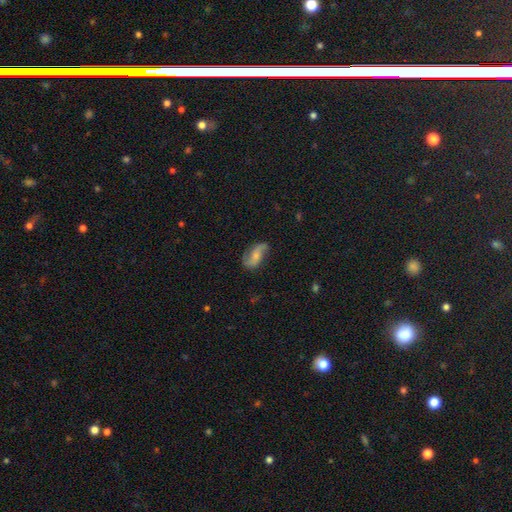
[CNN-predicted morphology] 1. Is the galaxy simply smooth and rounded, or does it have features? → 64% featured or disk, 29% smooth, 7% star or artifact.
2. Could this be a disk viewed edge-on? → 94% no, 6% yes.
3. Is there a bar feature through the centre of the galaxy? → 58% no, 30% weak, 13% strong.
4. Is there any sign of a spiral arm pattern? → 91% yes, 9% no.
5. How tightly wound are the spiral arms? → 72% loose, 20% medium, 7% tight.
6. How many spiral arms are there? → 89% 2, 4% can't tell, 3% 1, 1% 3, 1% 4, 1% more than 4.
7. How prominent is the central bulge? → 52% small, 36% moderate, 8% none, 3% large, 1% dominant.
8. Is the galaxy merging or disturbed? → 67% none, 22% minor disturbance, 9% major disturbance, 2% merger.